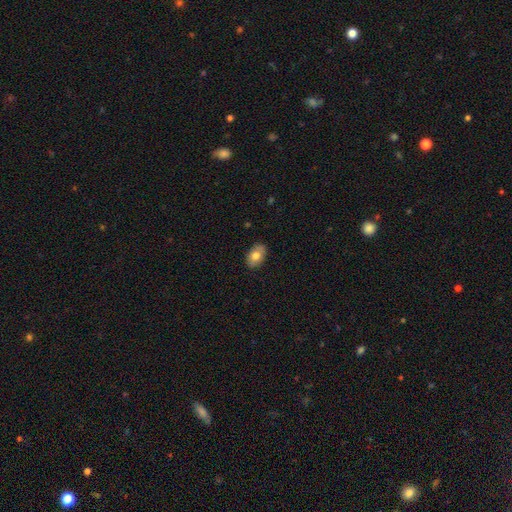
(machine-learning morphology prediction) type=smooth (78%); roundness=in between (90%); merging=none (87%).